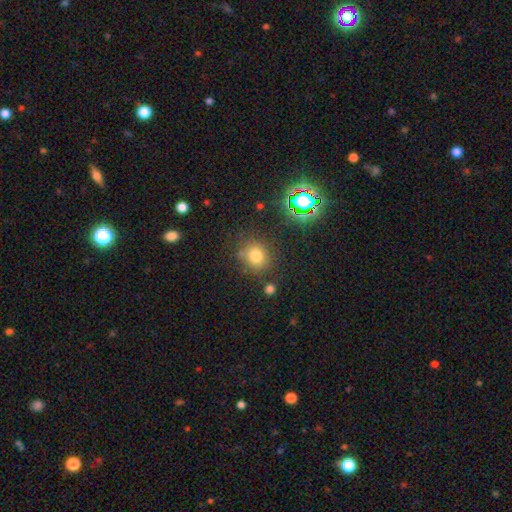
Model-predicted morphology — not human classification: A smooth galaxy with no disk features (74%) that is round (77%).

Vote fractions:
- Smooth or featured? smooth: 74% / star or artifact: 18% / featured or disk: 8%
- How rounded? round: 77% / in between: 22% / cigar-shaped: 1%
- Merging? none: 78% / minor disturbance: 12% / merger: 6% / major disturbance: 5%